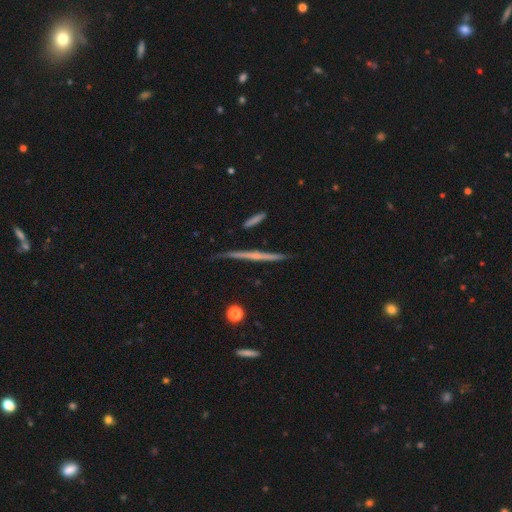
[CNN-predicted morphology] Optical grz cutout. It shows a featured or disk galaxy (69%) viewed edge-on (97%) with no central bulge (66%). Merging: none (82%).